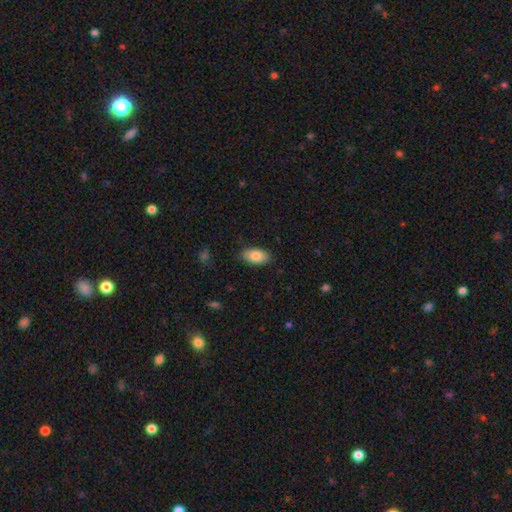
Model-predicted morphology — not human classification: Smooth or featured: smooth — 85% (featured or disk — 9%)
How rounded: in between — 94% (round — 4%)
Merging: none — 82% (minor disturbance — 14%)